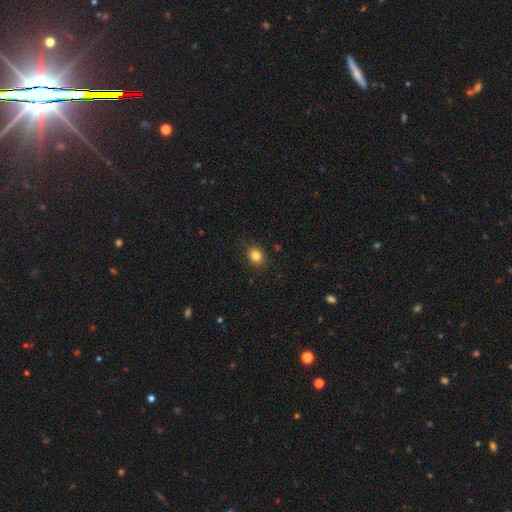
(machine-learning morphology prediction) The model was most divided on "how rounded": round: 66%, in between: 33%, cigar-shaped: 1%. More confident: merging — none (87%); smooth or featured — smooth (82%).